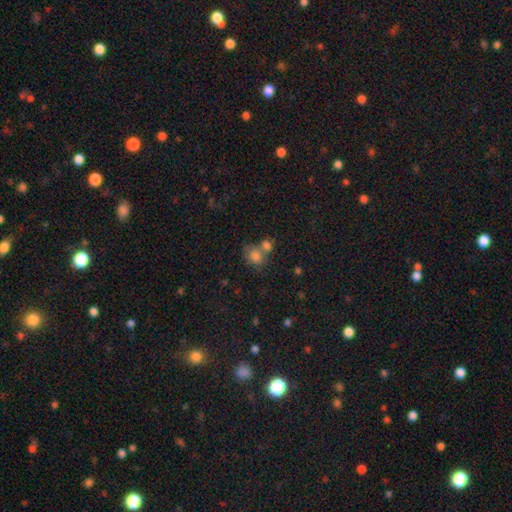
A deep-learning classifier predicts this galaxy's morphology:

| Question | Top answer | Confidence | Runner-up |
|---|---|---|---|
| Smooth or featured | smooth | 80% | star or artifact (11%) |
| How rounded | round | 57% | in between (42%) |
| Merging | none | 43% | merger (40%) |